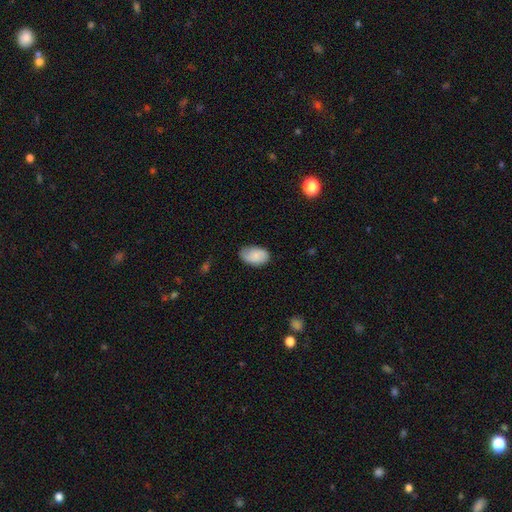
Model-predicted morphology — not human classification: Smooth or featured? Predicted: smooth (p=0.77). How rounded? Predicted: in between (p=0.92). Merging? Predicted: none (p=0.73).